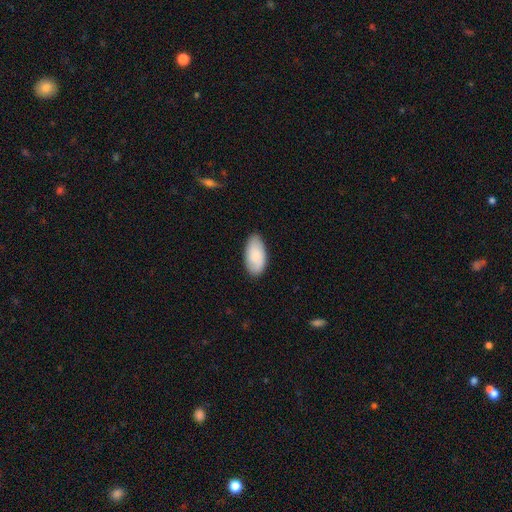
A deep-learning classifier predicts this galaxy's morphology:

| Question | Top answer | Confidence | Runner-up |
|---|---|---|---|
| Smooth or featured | smooth | 83% | featured or disk (12%) |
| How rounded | in between | 95% | cigar-shaped (3%) |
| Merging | none | 84% | minor disturbance (13%) |